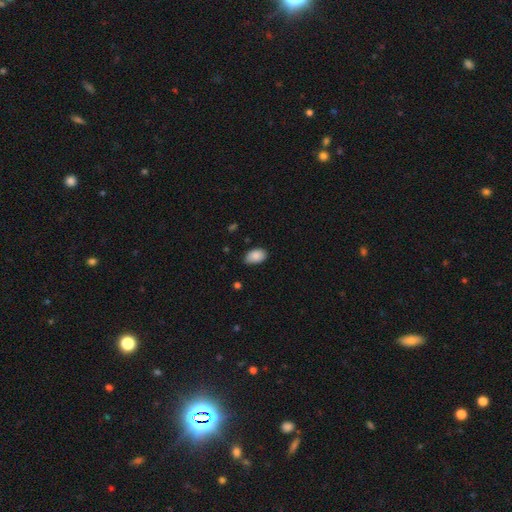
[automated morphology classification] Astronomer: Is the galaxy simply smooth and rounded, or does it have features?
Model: smooth — 88%.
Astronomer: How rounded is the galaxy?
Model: in between — 91%.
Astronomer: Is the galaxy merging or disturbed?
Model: none — 76%.